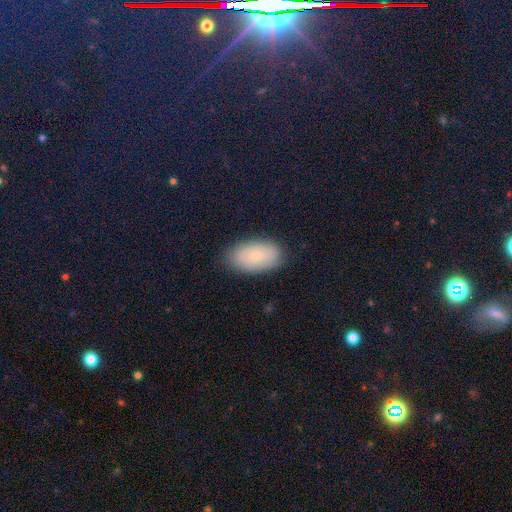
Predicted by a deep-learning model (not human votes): Smooth or featured? smooth (72%)
How rounded? in between (93%)
Merging? none (84%)